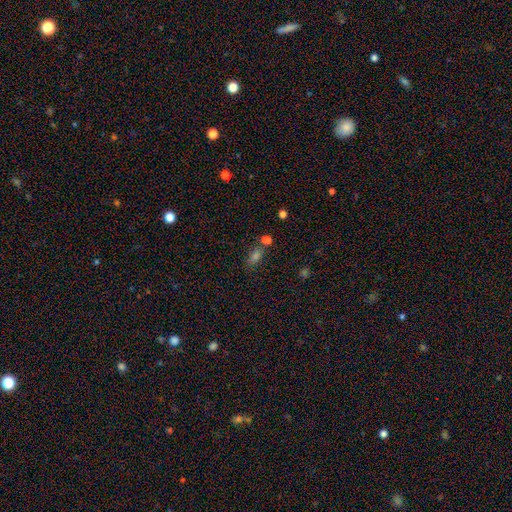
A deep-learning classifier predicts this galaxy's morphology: Smooth or featured: smooth — 48% (star or artifact — 39%)
Merging: none — 60% (merger — 20%)